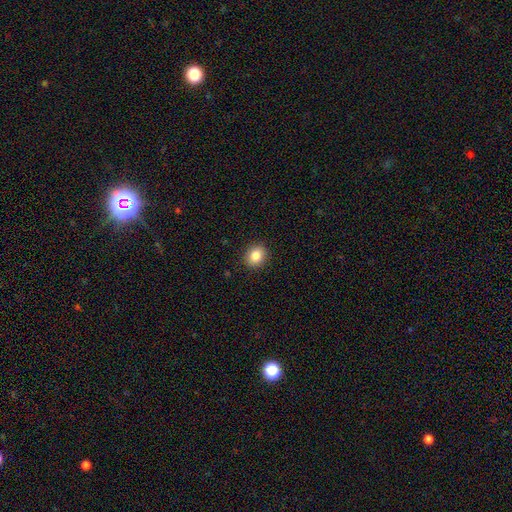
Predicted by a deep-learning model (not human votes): This appears to be a smooth galaxy with no disk features (86%) that is round (62%). Merging: none (91%).